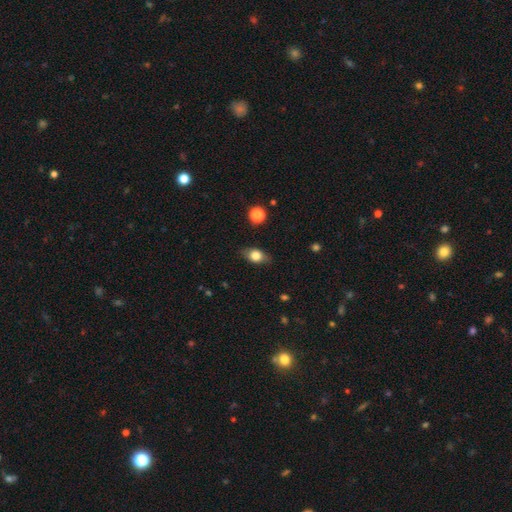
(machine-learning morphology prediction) Smooth or featured? Predicted: smooth (p=0.76). How rounded? Predicted: in between (p=0.74). Merging? Predicted: none (p=0.82).